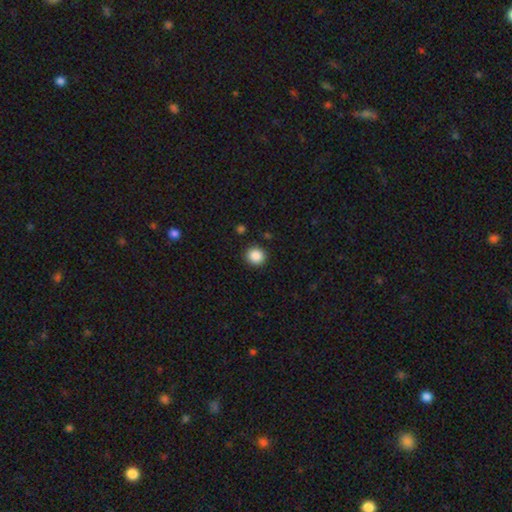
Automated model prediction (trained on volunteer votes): A smooth galaxy with no disk features (88%) that is round (89%).

Vote fractions:
- Smooth or featured? smooth: 88% / star or artifact: 9% / featured or disk: 3%
- How rounded? round: 89% / in between: 10% / cigar-shaped: 1%
- Merging? none: 91% / minor disturbance: 6% / major disturbance: 2% / merger: 1%